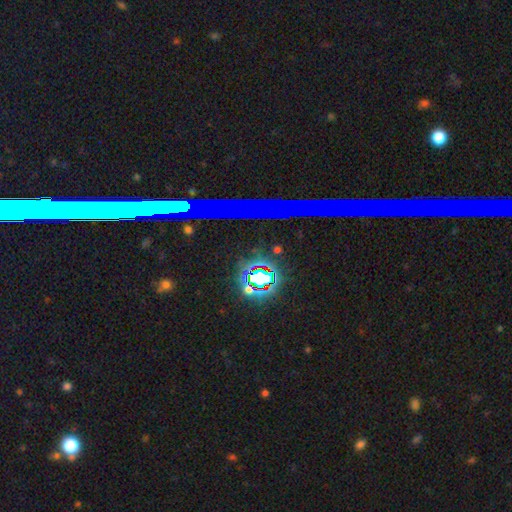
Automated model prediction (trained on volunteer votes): Smooth or featured? star or artifact (83%)